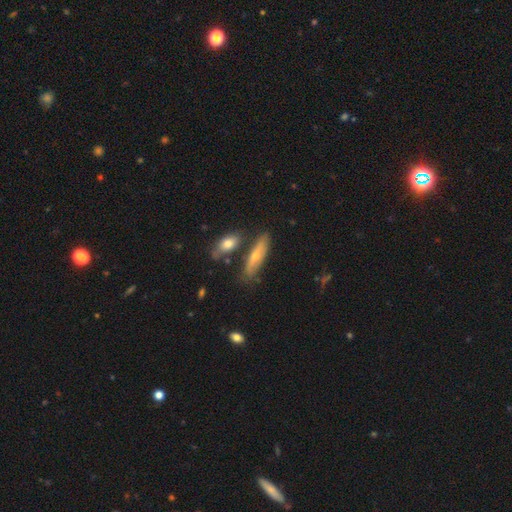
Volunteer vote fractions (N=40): A featured or disk galaxy (50%) viewed edge-on (75%) with a rounded central bulge (87%). Merging: none (76%).